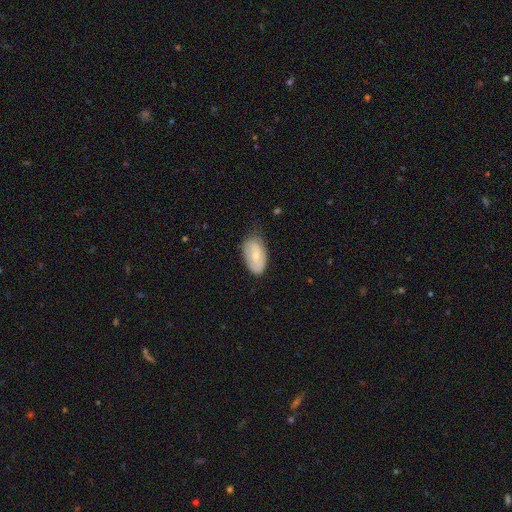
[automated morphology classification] Q: Smooth or featured?
A: smooth (58%); runner-up: featured or disk (36%)
Q: How rounded?
A: in between (93%); runner-up: round (5%)
Q: Merging?
A: none (63%); runner-up: minor disturbance (29%)